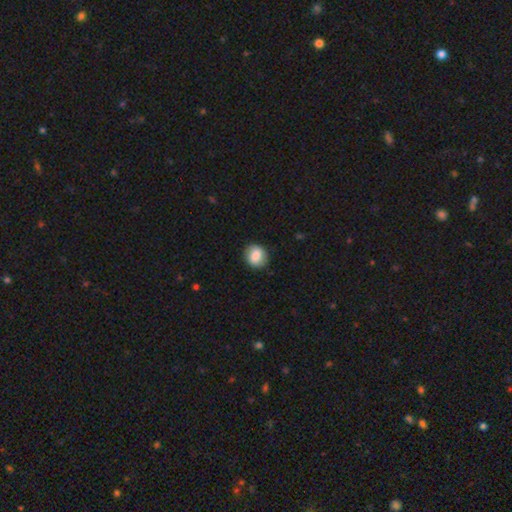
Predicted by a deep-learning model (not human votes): A smooth galaxy with no disk features (83%) that is round (72%).

Vote fractions:
- Smooth or featured? smooth: 83% / featured or disk: 9% / star or artifact: 8%
- How rounded? round: 72% / in between: 27% / cigar-shaped: 1%
- Merging? none: 87% / minor disturbance: 9% / major disturbance: 2% / merger: 1%